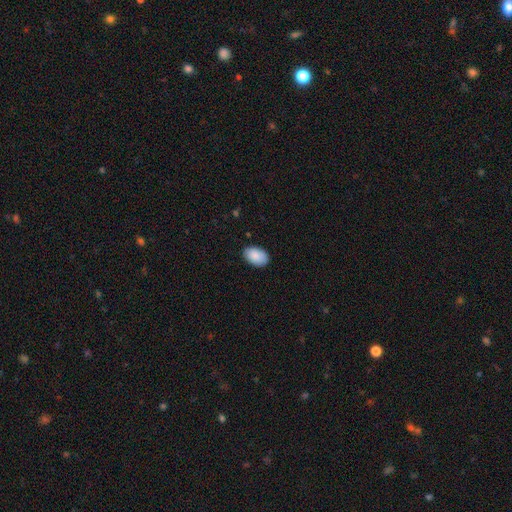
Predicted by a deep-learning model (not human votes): smooth 90%, star or artifact 6%, featured or disk 4%. Down the decision tree: how rounded — in between (92%); merging — none (87%).